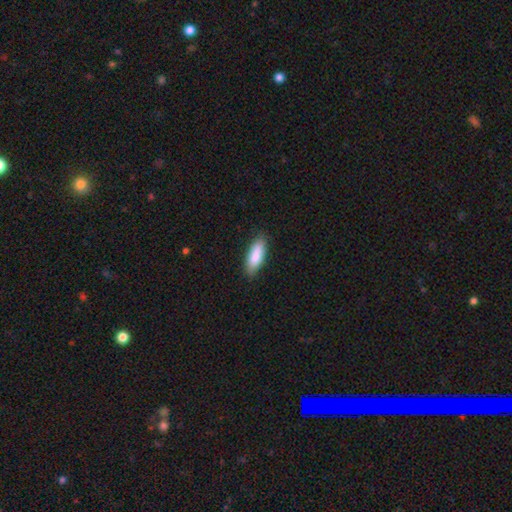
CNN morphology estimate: Smooth or featured? Predicted: smooth (p=0.86). How rounded? Predicted: in between (p=0.68). Merging? Predicted: none (p=0.85).